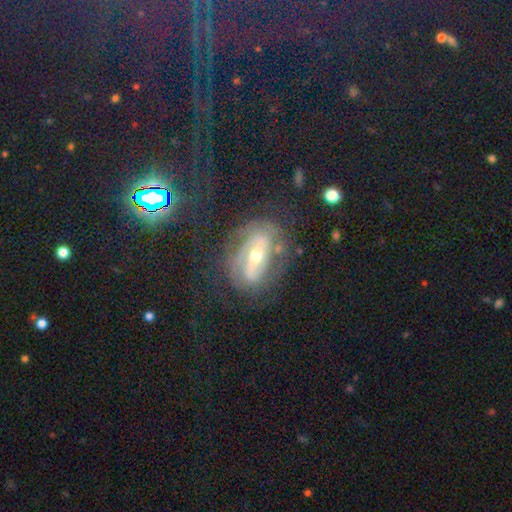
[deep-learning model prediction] This is likely a featured or disk galaxy (77%). It is clearly not viewed edge-on (88%). Bar: possibly strong (51%). Spiral arm pattern: likely yes (76%). Spiral arm count: possibly 2 (55%). Spiral winding: possibly tight (49%). Central bulge: possibly moderate (52%). Merging: likely none (66%).